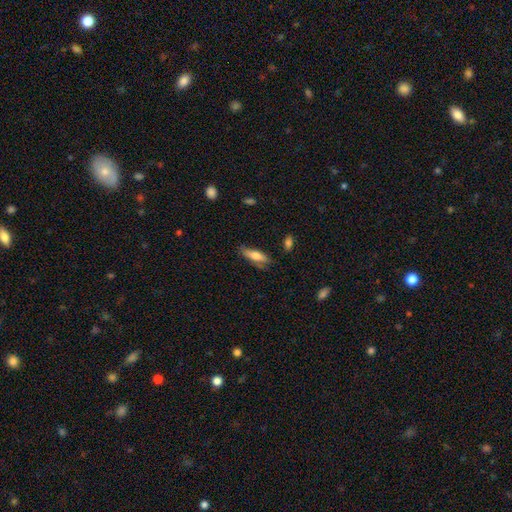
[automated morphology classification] A smooth galaxy with no disk features (68%) that is in between round and cigar-shaped (51%). Merging: none (67%).